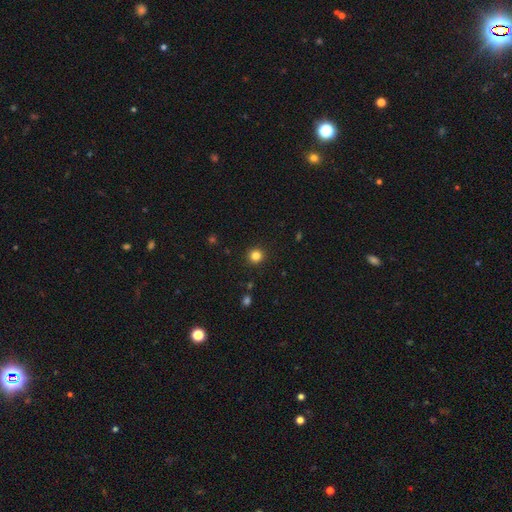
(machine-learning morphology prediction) smooth 83%, star or artifact 13%, featured or disk 4%. Down the decision tree: how rounded — round (94%); merging — none (92%).